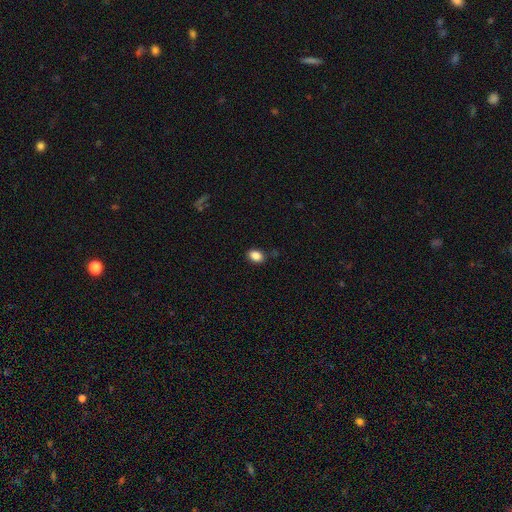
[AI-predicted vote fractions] smooth 87%, star or artifact 9%, featured or disk 5%. Down the decision tree: how rounded — in between (79%); merging — none (83%).